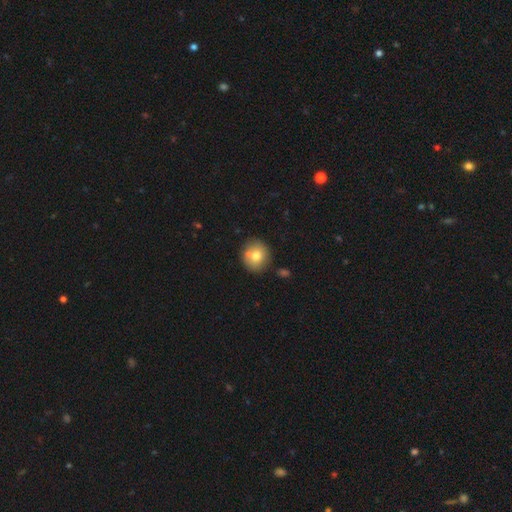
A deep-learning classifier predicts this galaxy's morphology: Smooth or featured? Predicted: smooth (p=0.75). How rounded? Predicted: round (p=0.87). Merging? Predicted: none (p=0.76).